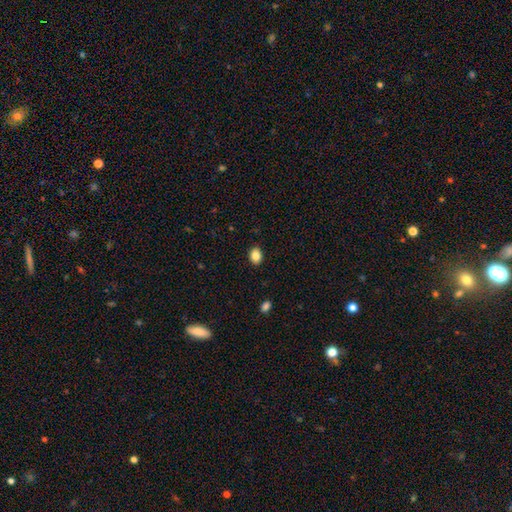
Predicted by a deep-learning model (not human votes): This is clearly a smooth galaxy (85%). How rounded: likely in between (69%). Merging: clearly none (88%).